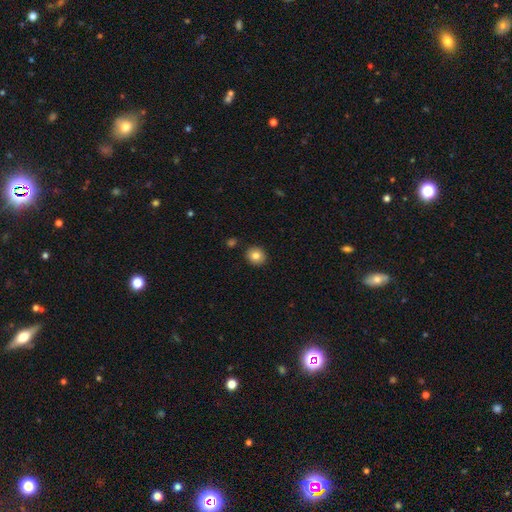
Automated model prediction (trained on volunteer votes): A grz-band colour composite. It shows a smooth galaxy with no disk features (82%) that is round (80%). Merging: none (89%).